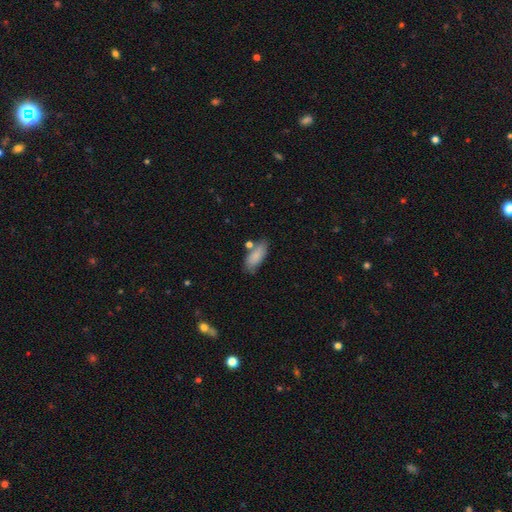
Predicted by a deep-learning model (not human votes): Smooth or featured: smooth — 83% (featured or disk — 10%)
How rounded: in between — 82% (cigar-shaped — 16%)
Merging: none — 66% (minor disturbance — 18%)